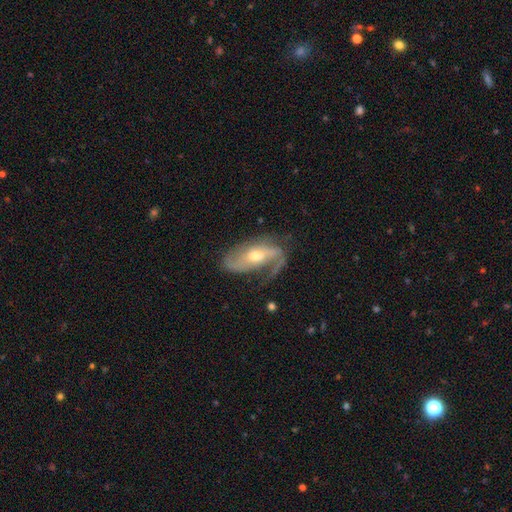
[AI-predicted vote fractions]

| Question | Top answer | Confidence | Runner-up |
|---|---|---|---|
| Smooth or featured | featured or disk | 83% | smooth (11%) |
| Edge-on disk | no | 94% | yes (6%) |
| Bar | no | 41% | weak (37%) |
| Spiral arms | yes | 94% | no (6%) |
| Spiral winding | loose | 41% | medium (40%) |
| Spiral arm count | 2 | 68% | 1 (17%) |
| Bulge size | moderate | 61% | small (34%) |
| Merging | none | 55% | minor disturbance (23%) |